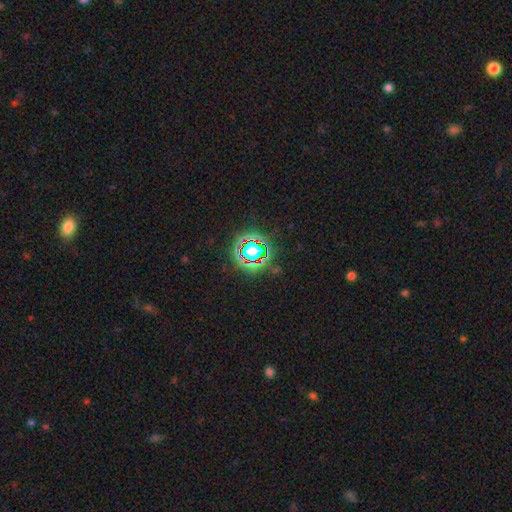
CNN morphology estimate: This appears to be a star or artifact, not a galaxy (77%).